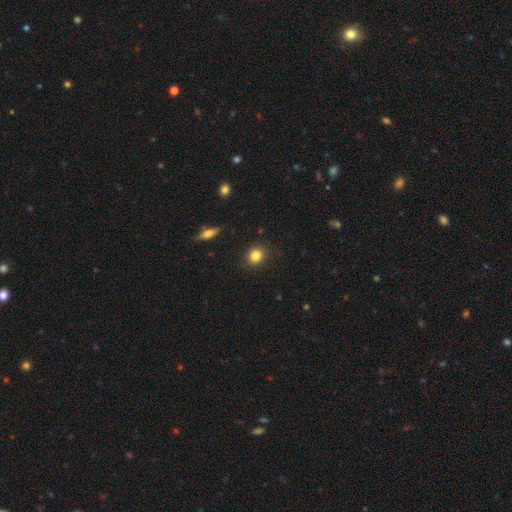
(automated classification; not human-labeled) Morphology: type=smooth (84%); roundness=round (70%); merging=none (88%).